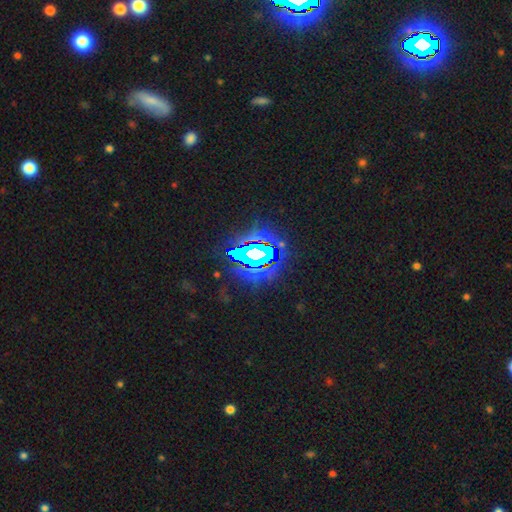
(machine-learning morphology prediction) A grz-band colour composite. It shows a star or artifact, not a galaxy (76%).